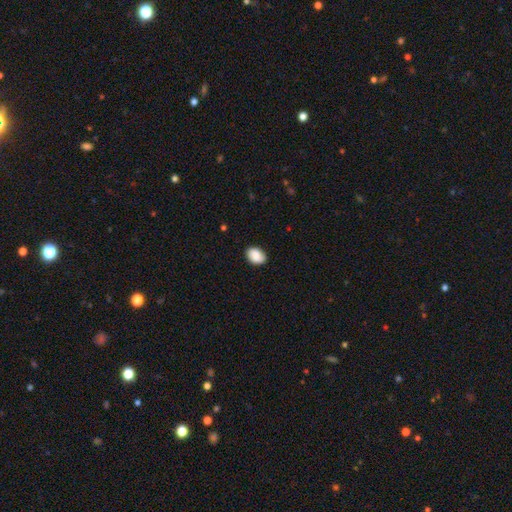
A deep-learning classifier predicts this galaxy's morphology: type=smooth (84%); roundness=in between (77%); merging=none (82%).